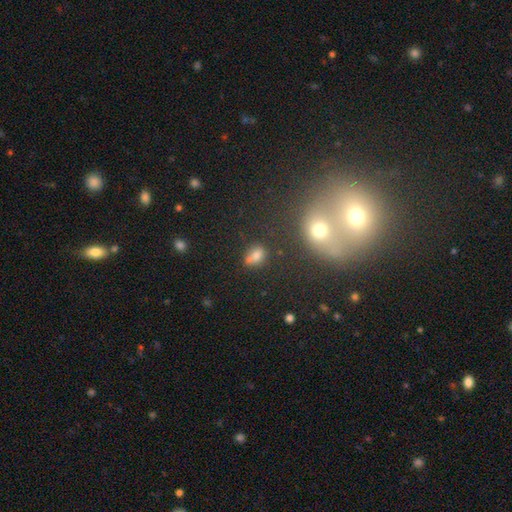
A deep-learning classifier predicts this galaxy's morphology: Smooth or featured: smooth — 70% (star or artifact — 19%)
How rounded: in between — 65% (round — 32%)
Merging: none — 53% (merger — 23%)